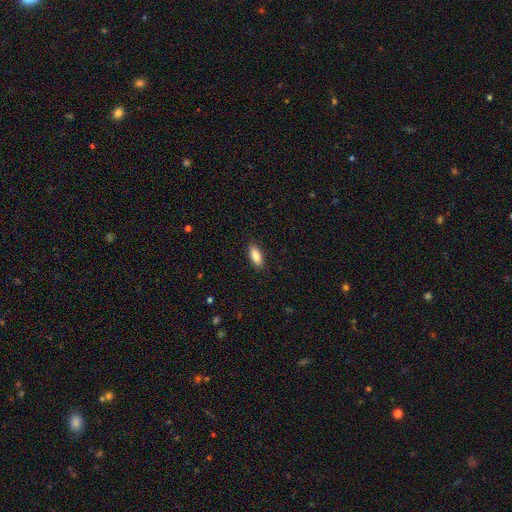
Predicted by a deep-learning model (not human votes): The model was most divided on "how rounded": in between: 80%, cigar-shaped: 18%, round: 2%. More confident: merging — none (87%); smooth or featured — smooth (86%).